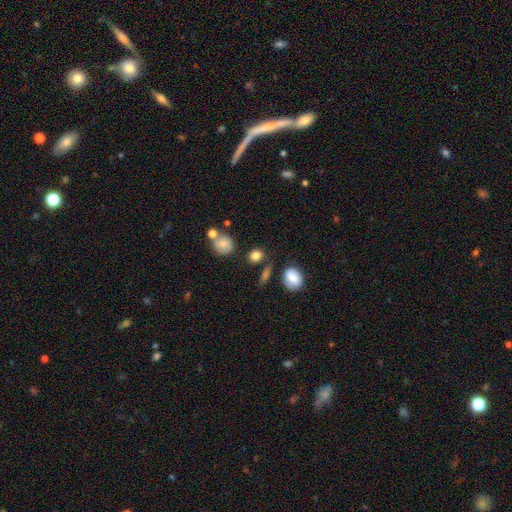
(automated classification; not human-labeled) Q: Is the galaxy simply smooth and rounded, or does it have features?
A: smooth — 81%.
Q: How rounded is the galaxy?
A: round — 59%.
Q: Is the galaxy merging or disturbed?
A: none — 70%.